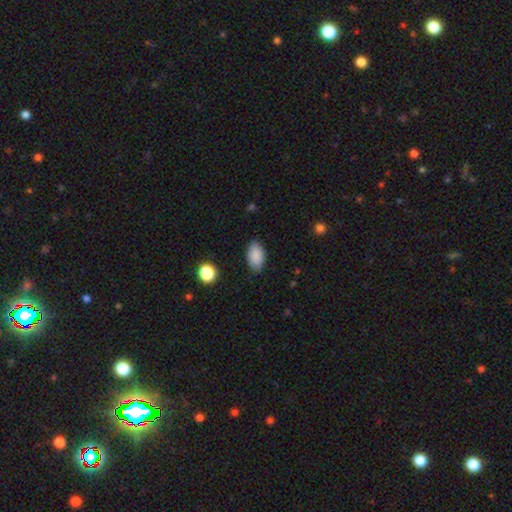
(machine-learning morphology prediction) smooth_or_featured: smooth (p=0.88) [alt: star or artifact p=0.08]
how_rounded: in between (p=0.93) [alt: round p=0.05]
merging: none (p=0.84) [alt: minor disturbance p=0.12]